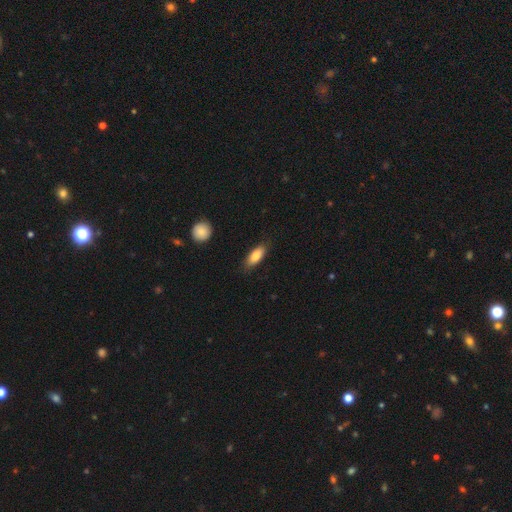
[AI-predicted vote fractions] Smooth or featured: smooth — 82% (featured or disk — 12%)
How rounded: in between — 78% (cigar-shaped — 20%)
Merging: none — 82% (minor disturbance — 13%)